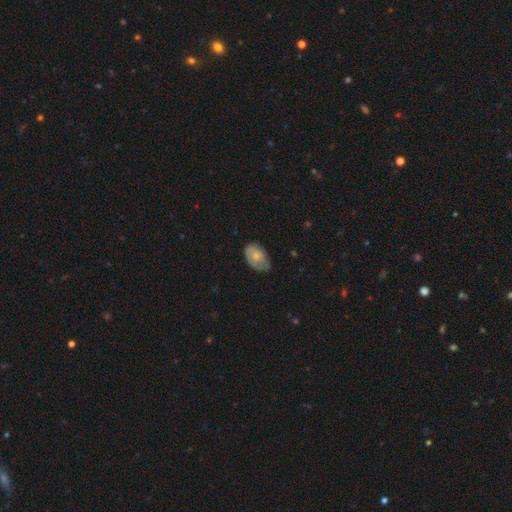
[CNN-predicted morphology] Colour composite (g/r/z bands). It shows a smooth galaxy with no disk features (68%) that is in between round and cigar-shaped (88%). Merging: none (54%).